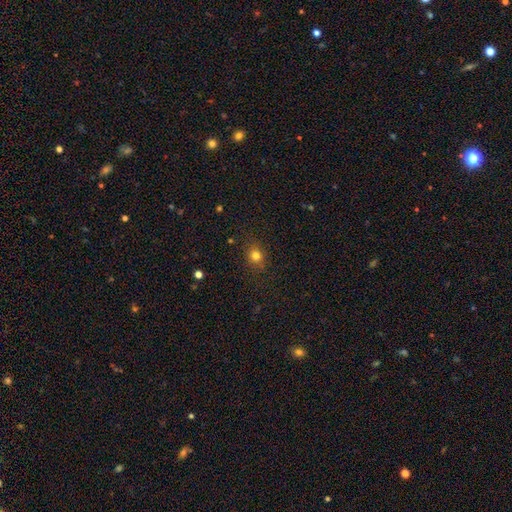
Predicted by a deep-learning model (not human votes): Smooth or featured? Predicted: smooth (p=0.79). How rounded? Predicted: round (p=0.74). Merging? Predicted: none (p=0.85).